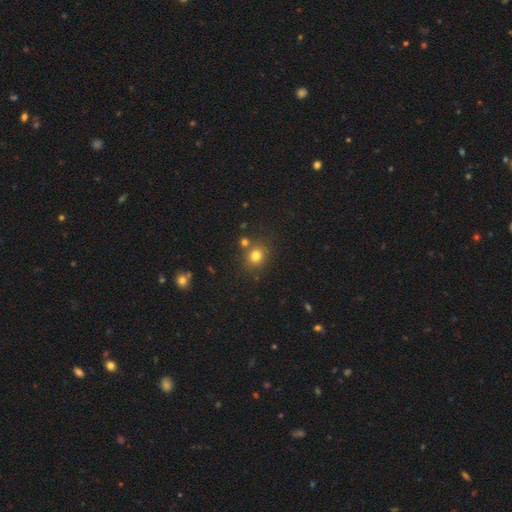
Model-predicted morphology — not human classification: A smooth galaxy with no disk features (77%) that is round (76%). Merging: none (75%).